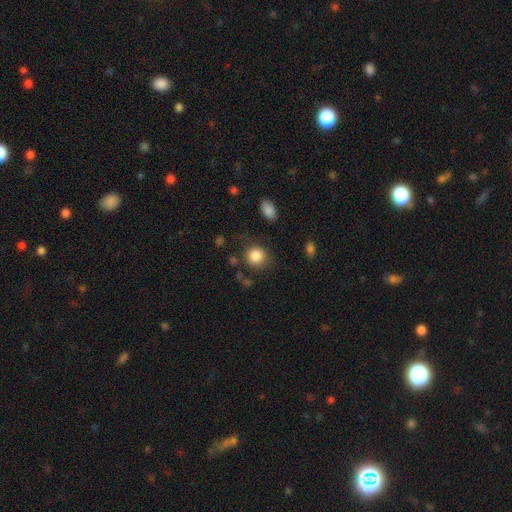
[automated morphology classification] This is clearly a smooth galaxy (86%). How rounded: clearly round (89%). Merging: likely none (79%).